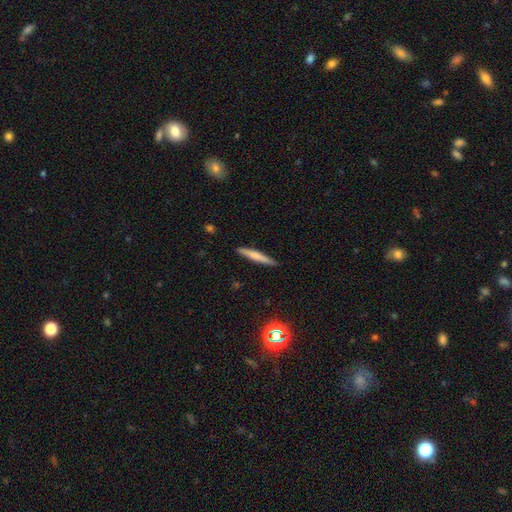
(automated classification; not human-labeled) Smooth or featured?
  - smooth: 62% *
  - featured or disk: 32%
  - star or artifact: 6%
How rounded?
  - cigar-shaped: 94% *
  - in between: 4%
  - round: 1%
Merging?
  - none: 89% *
  - minor disturbance: 8%
  - major disturbance: 2%
  - merger: 1%